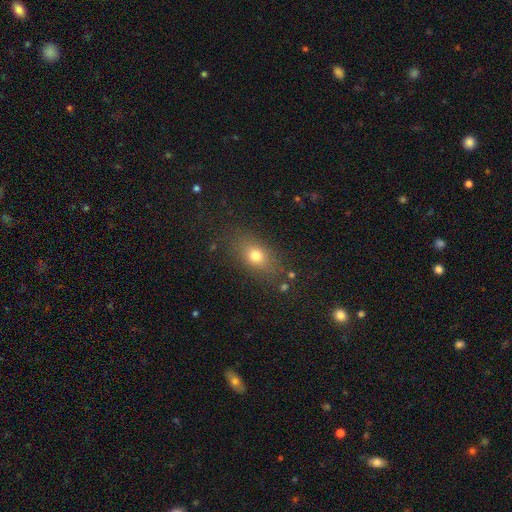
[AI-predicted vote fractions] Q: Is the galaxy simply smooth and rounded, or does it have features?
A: smooth — 73%.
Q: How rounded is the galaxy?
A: in between — 70%.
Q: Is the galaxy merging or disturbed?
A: none — 79%.